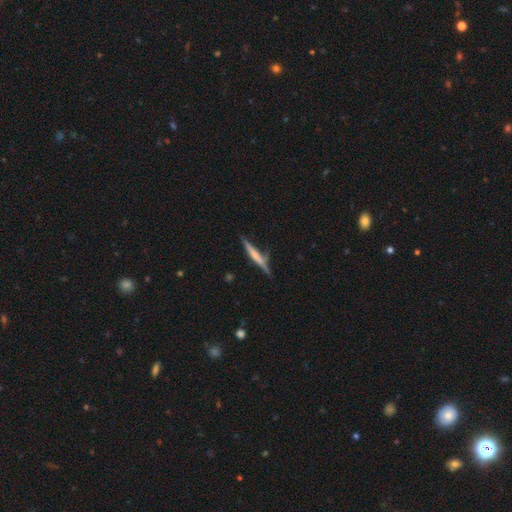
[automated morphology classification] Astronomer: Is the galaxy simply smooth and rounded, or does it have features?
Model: smooth — 48% (runner-up: featured or disk, 45%).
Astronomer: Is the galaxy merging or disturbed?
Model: none — 70%.